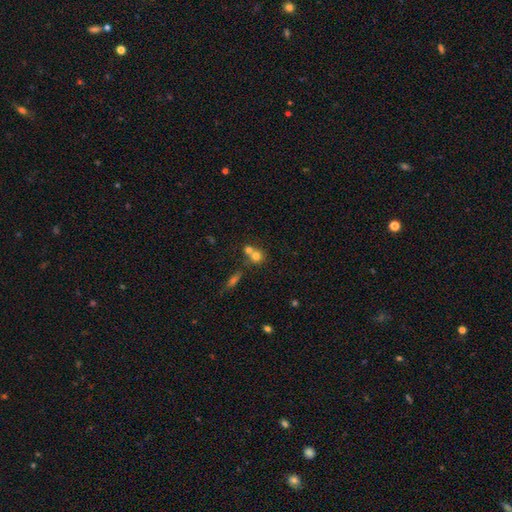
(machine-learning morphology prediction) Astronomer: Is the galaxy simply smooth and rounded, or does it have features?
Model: smooth — 72%.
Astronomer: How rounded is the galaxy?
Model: round — 81%.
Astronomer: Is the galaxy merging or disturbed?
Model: merger — 50% (runner-up: none, 40%).